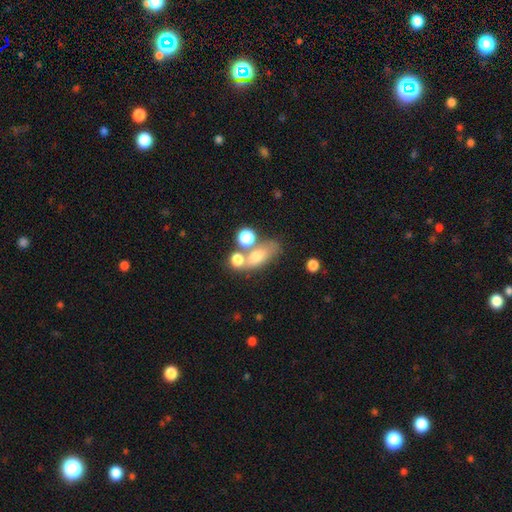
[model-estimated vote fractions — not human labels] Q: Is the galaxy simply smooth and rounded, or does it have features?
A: smooth — 67%.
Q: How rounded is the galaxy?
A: in between — 67%.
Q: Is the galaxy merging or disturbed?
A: none — 43%.